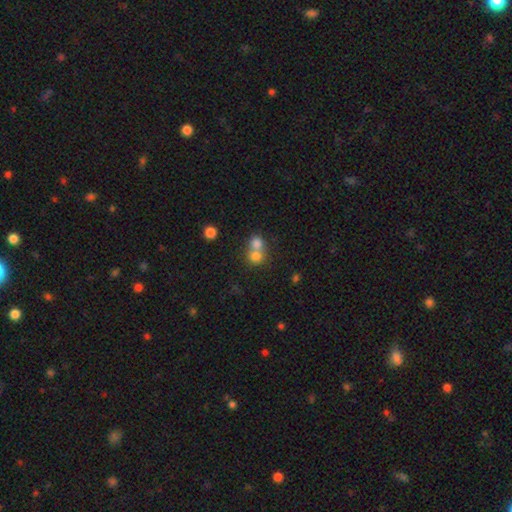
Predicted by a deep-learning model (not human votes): Q: Smooth or featured?
A: smooth (76%); runner-up: featured or disk (12%)
Q: How rounded?
A: round (81%); runner-up: in between (18%)
Q: Merging?
A: merger (61%); runner-up: none (32%)